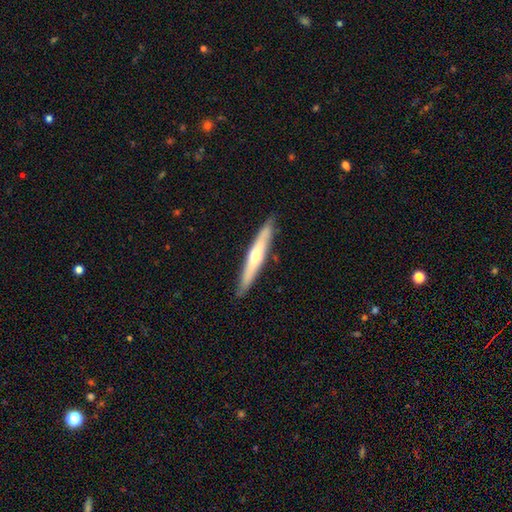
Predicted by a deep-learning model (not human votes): Morphology: type=featured or disk (56%); edge-on=yes (90%); edge-on bulge=rounded (78%); merging=none (88%).